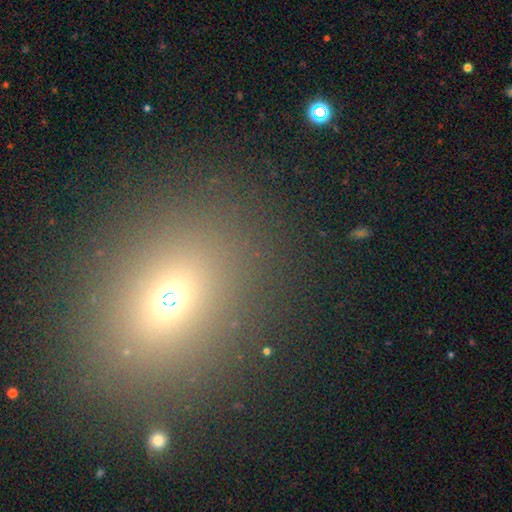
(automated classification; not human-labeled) Morphology: type=smooth (61%); roundness=in between (57%); merging=none (85%).